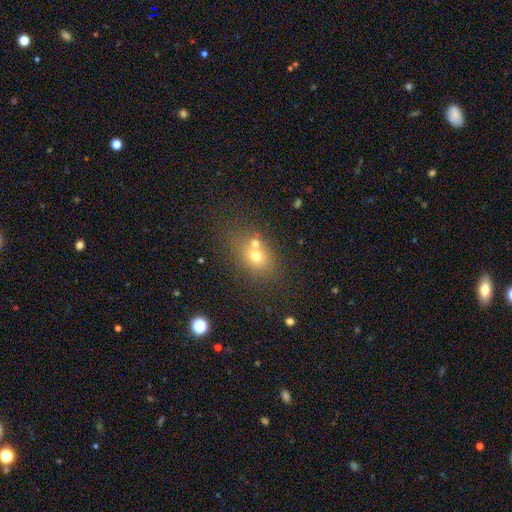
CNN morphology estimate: Overall: smooth (64%). How rounded: in between (53%; round 46%). Merging: none (47%; merger 37%).